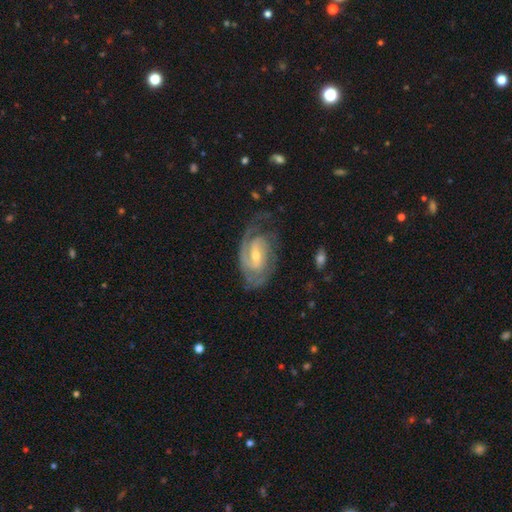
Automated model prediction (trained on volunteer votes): smooth_or_featured: featured or disk (p=0.87) [alt: smooth p=0.09]
disk_edge_on: no (p=0.96) [alt: yes p=0.04]
bar: weak (p=0.48) [alt: no p=0.35]
has_spiral_arms: yes (p=0.96) [alt: no p=0.04]
spiral_winding: tight (p=0.55) [alt: medium p=0.35]
spiral_arm_count: 2 (p=0.52) [alt: can't tell p=0.19]
bulge_size: small (p=0.55) [alt: moderate p=0.41]
merging: none (p=0.60) [alt: minor disturbance p=0.22]